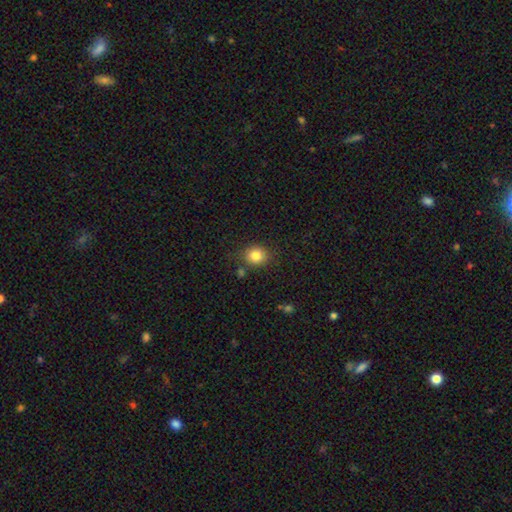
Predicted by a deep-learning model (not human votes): Smooth or featured? smooth (83%)
How rounded? round (73%)
Merging? none (80%)